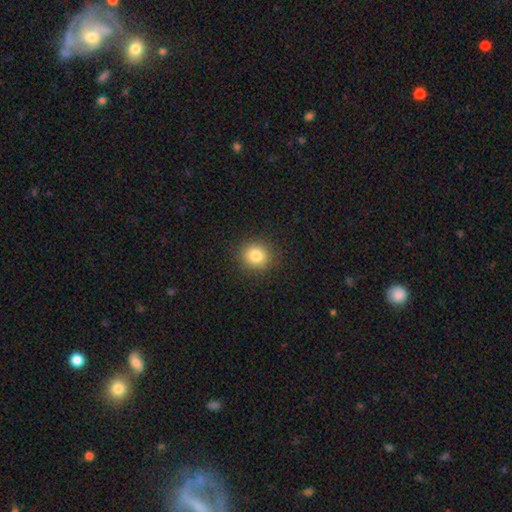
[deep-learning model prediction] smooth_or_featured: smooth (p=0.82) [alt: star or artifact p=0.11]
how_rounded: round (p=0.88) [alt: in between p=0.11]
merging: none (p=0.90) [alt: minor disturbance p=0.07]